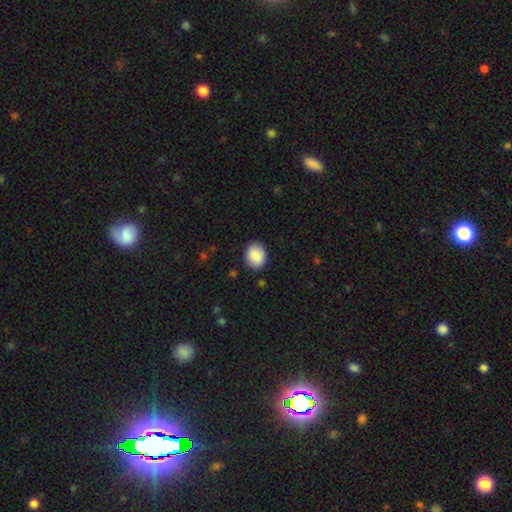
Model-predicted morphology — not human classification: Smooth or featured?
  - smooth: 89% *
  - star or artifact: 7%
  - featured or disk: 4%
How rounded?
  - round: 50% *
  - in between: 49%
  - cigar-shaped: 1%
Merging?
  - none: 88% *
  - minor disturbance: 9%
  - major disturbance: 2%
  - merger: 1%